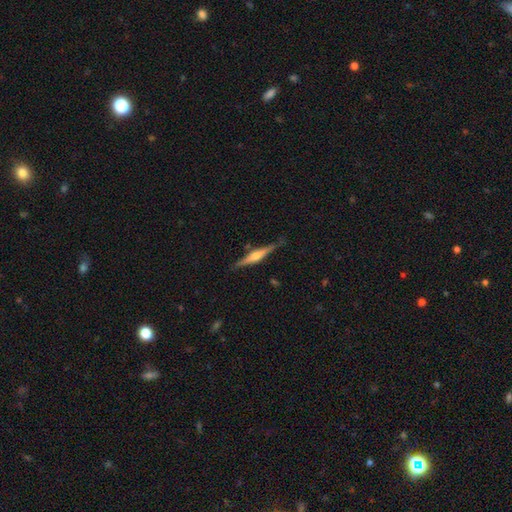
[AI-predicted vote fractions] Smooth or featured? featured or disk (74%)
Edge-on disk? yes (98%)
Edge-on bulge? rounded (84%)
Merging? none (84%)